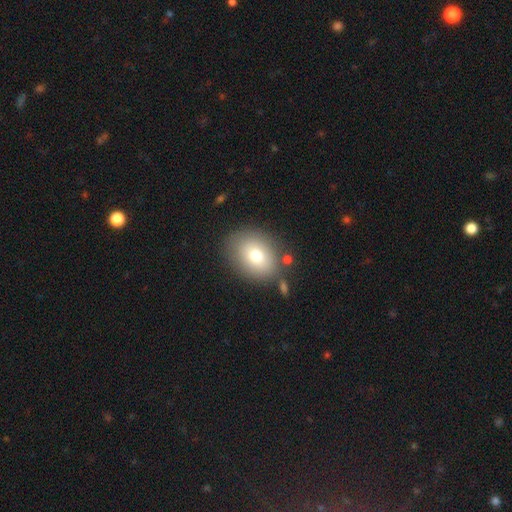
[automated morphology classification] A smooth galaxy with no disk features (75%) that is in between round and cigar-shaped (55%).

Vote fractions:
- Smooth or featured? smooth: 75% / featured or disk: 15% / star or artifact: 10%
- How rounded? in between: 55% / round: 44% / cigar-shaped: 1%
- Merging? none: 77% / minor disturbance: 12% / merger: 6% / major disturbance: 5%